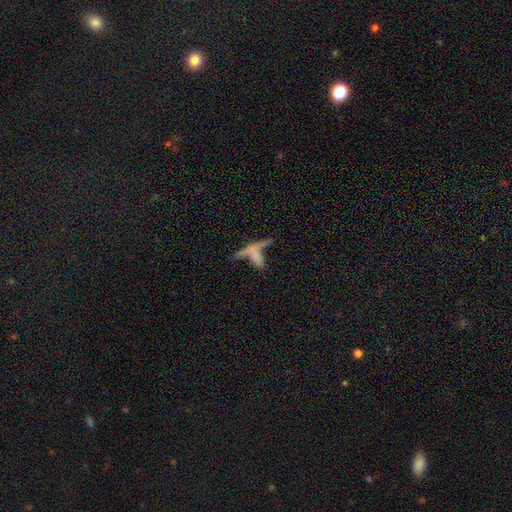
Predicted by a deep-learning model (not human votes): This is marginally a smooth galaxy (41%, tied with featured or disk). Merging: possibly merger (46%).